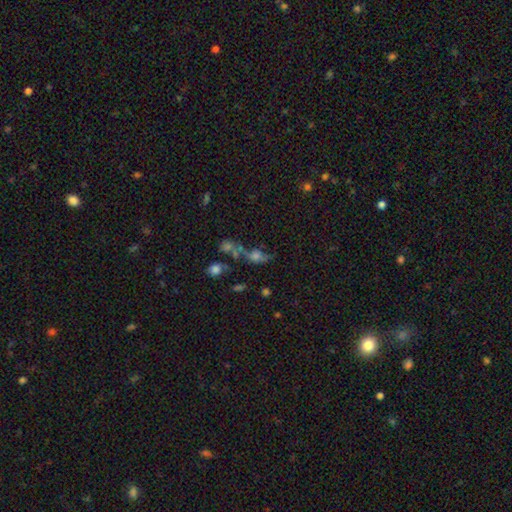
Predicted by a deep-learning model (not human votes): Morphology: type=smooth (47%); merging=none (36%).